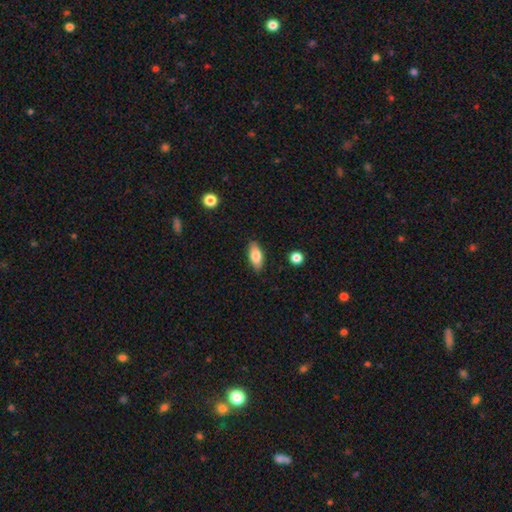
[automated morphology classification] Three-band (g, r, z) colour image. It shows a smooth galaxy with no disk features (78%) that is in between round and cigar-shaped (83%). Merging: none (86%).